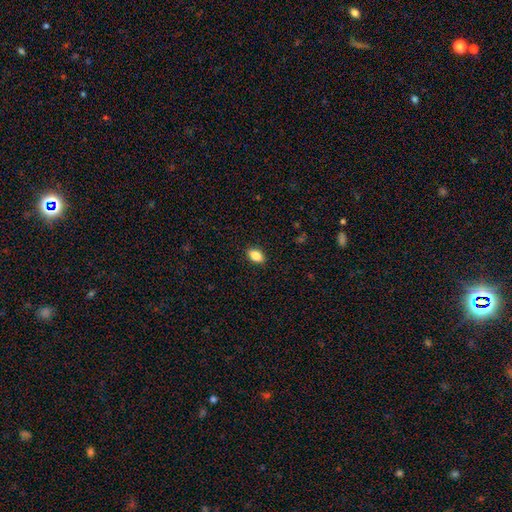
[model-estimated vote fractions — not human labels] Smooth or featured: smooth — 86% (star or artifact — 9%)
How rounded: in between — 87% (round — 11%)
Merging: none — 89% (minor disturbance — 8%)